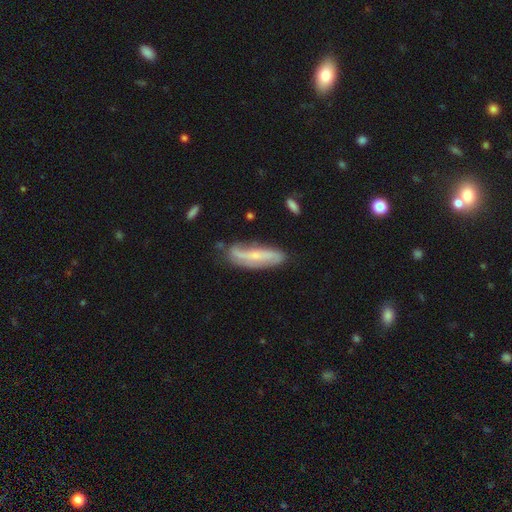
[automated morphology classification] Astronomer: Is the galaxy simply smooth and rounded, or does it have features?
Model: featured or disk — 66%.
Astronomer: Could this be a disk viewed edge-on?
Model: no — 74%.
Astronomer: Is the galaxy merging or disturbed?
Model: none — 67%.